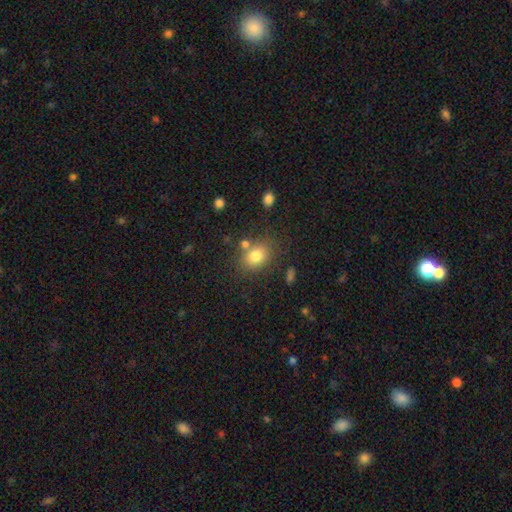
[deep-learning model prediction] Morphology: type=smooth (80%); roundness=in between (56%); merging=none (71%).